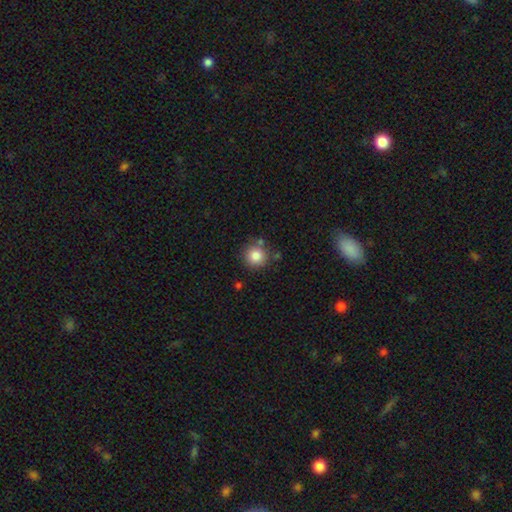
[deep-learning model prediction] Smooth or featured? Predicted: smooth (p=0.84). How rounded? Predicted: round (p=0.93). Merging? Predicted: none (p=0.78).